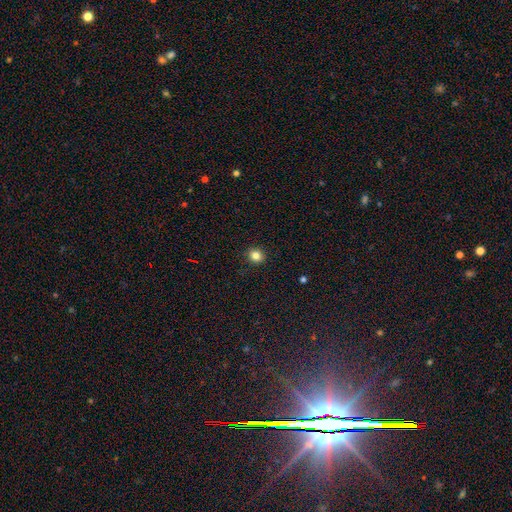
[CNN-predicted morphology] Smooth or featured?
  - smooth: 82% *
  - star or artifact: 12%
  - featured or disk: 5%
How rounded?
  - round: 83% *
  - in between: 16%
  - cigar-shaped: 1%
Merging?
  - none: 92% *
  - minor disturbance: 6%
  - major disturbance: 2%
  - merger: 1%